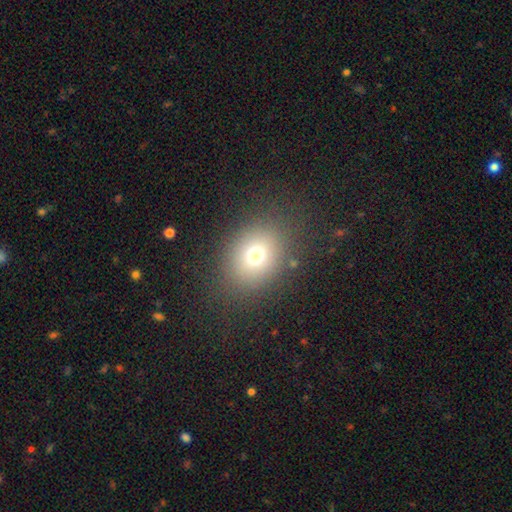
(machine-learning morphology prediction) Overall: smooth (71%). How rounded: round (58%; in between 41%). Merging: none (82%).